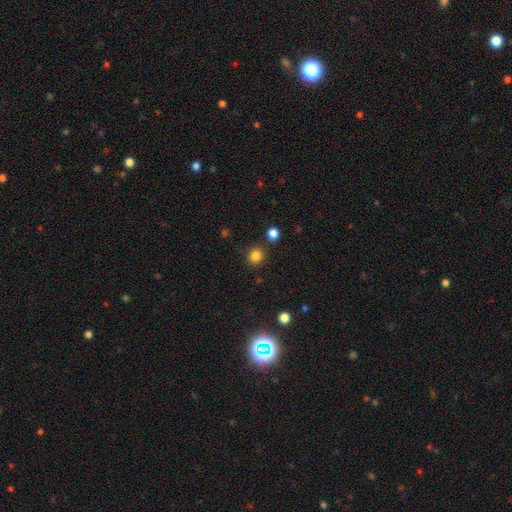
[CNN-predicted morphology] This appears to be a smooth galaxy with no disk features (83%) that is round (89%). Merging: none (85%).